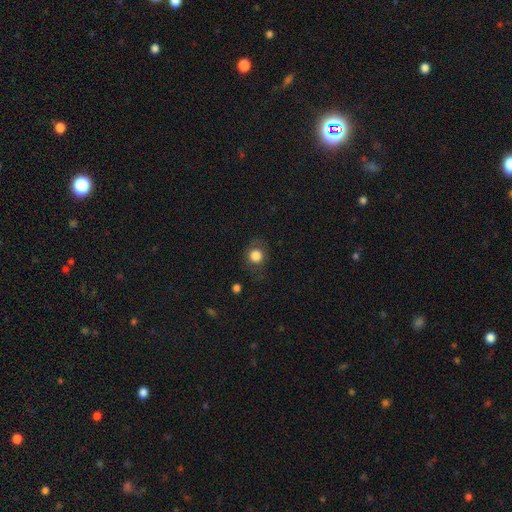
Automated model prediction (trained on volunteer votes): Q: Smooth or featured?
A: smooth (80%); runner-up: star or artifact (10%)
Q: How rounded?
A: round (81%); runner-up: in between (18%)
Q: Merging?
A: none (75%); runner-up: minor disturbance (16%)